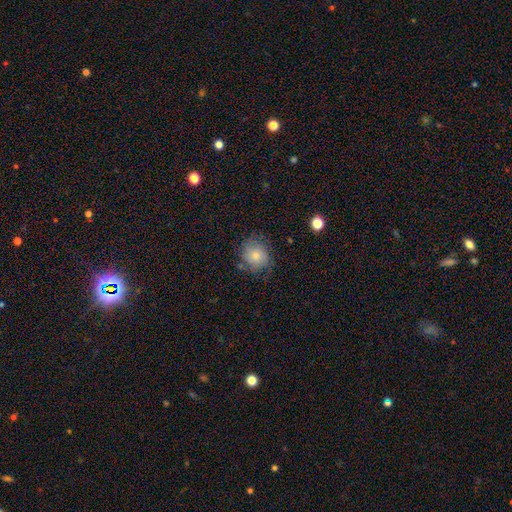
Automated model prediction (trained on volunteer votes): Smooth or featured? Predicted: smooth (p=0.72). How rounded? Predicted: round (p=0.77). Merging? Predicted: none (p=0.68).